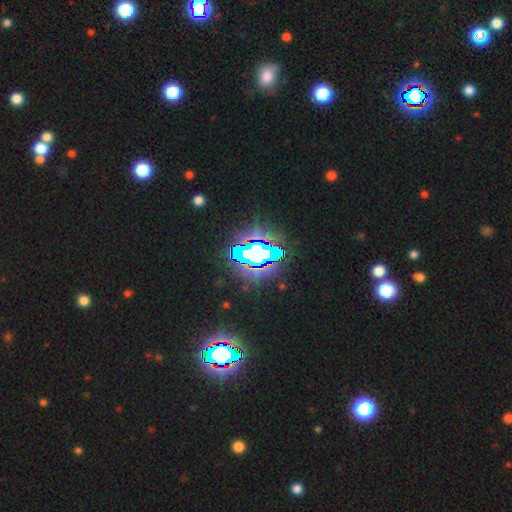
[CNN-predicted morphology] Q: Smooth or featured?
A: star or artifact (64%); runner-up: featured or disk (21%)